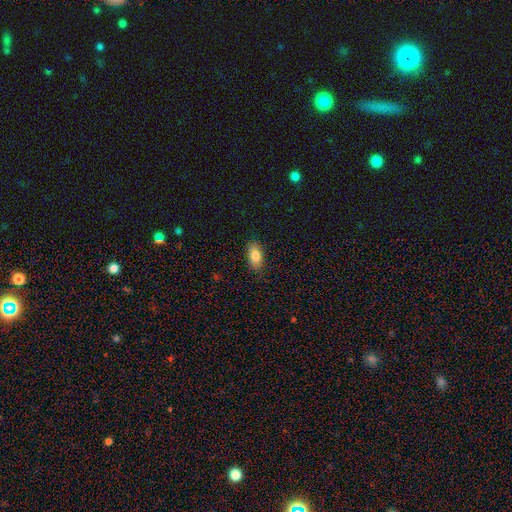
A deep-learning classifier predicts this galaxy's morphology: smooth 82%, featured or disk 10%, star or artifact 8%. Down the decision tree: how rounded — in between (89%); merging — none (88%).